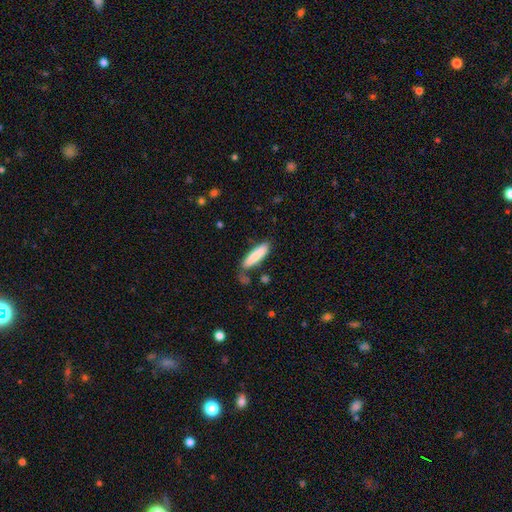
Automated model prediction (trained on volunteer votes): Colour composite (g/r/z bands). It shows a smooth galaxy with no disk features (84%) that is cigar-shaped (66%). Merging: none (71%).